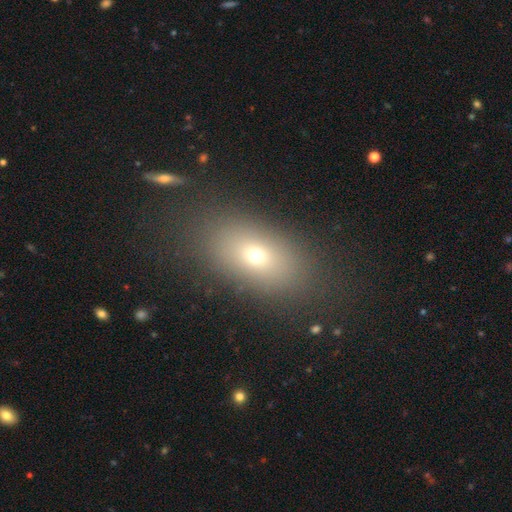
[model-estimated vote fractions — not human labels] The model was most divided on "smooth or featured": smooth: 65%, featured or disk: 17%, star or artifact: 17%. More confident: merging — none (83%); how rounded — in between (77%).